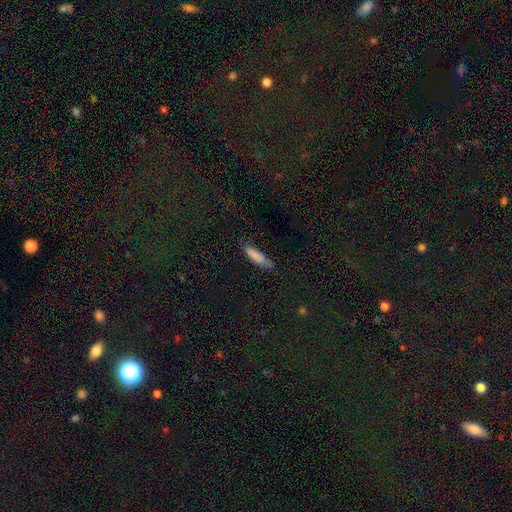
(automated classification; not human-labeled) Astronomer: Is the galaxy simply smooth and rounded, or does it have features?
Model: smooth — 84%.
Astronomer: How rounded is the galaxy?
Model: cigar-shaped — 65%.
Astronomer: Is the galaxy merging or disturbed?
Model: none — 62%.